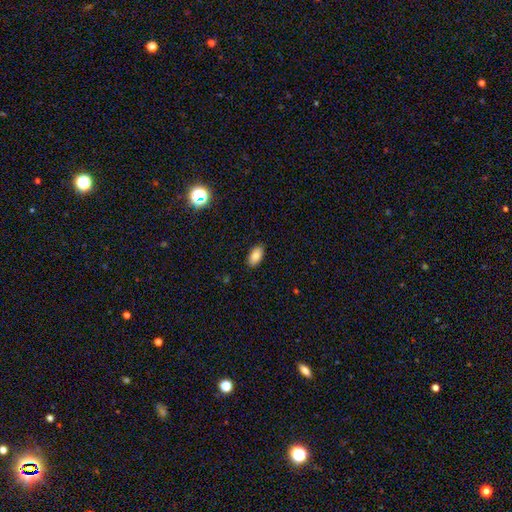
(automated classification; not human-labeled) smooth 84%, star or artifact 8%, featured or disk 8%. Down the decision tree: how rounded — in between (93%); merging — none (87%).